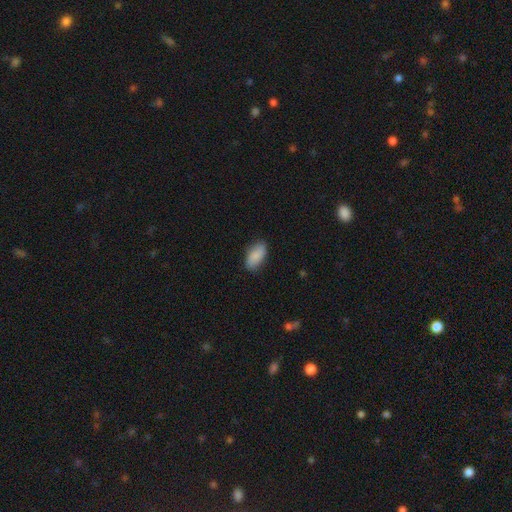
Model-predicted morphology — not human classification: smooth_or_featured: smooth (p=0.85) [alt: featured or disk p=0.08]
how_rounded: in between (p=0.92) [alt: cigar-shaped p=0.05]
merging: none (p=0.83) [alt: minor disturbance p=0.13]